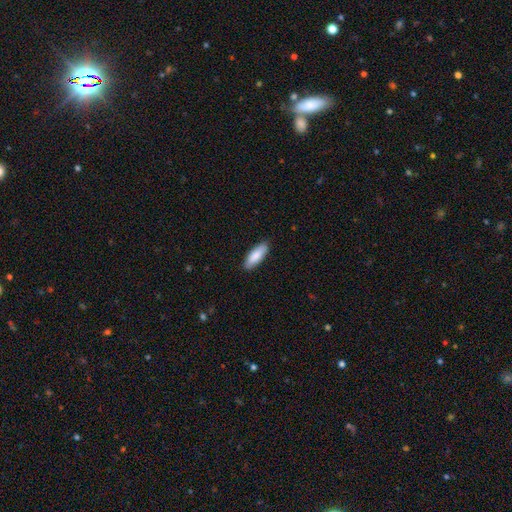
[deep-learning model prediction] smooth_or_featured: smooth (p=0.86) [alt: featured or disk p=0.09]
how_rounded: in between (p=0.61) [alt: cigar-shaped p=0.37]
merging: none (p=0.88) [alt: minor disturbance p=0.09]